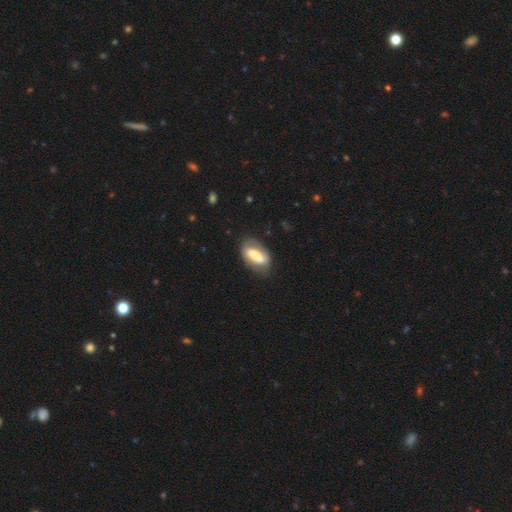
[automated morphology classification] Overall: smooth (50%; featured or disk 44%). Merging: none (72%).